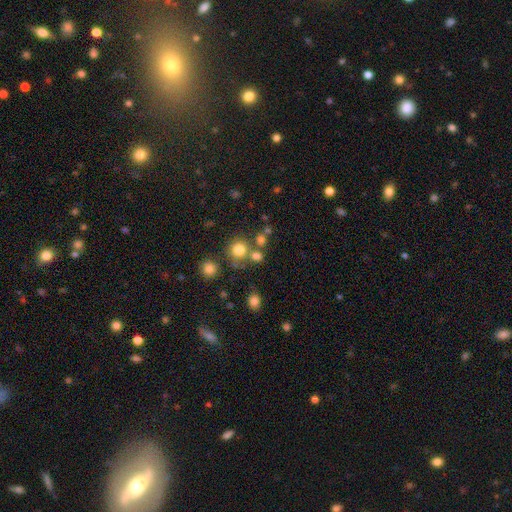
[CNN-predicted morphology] Q: Smooth or featured?
A: smooth (76%); runner-up: star or artifact (17%)
Q: How rounded?
A: round (86%); runner-up: in between (13%)
Q: Merging?
A: none (64%); runner-up: merger (23%)